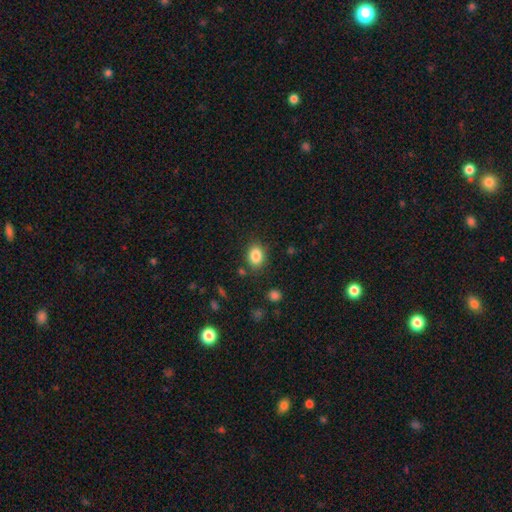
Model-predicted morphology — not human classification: Smooth or featured? smooth (85%)
How rounded? in between (68%)
Merging? none (83%)